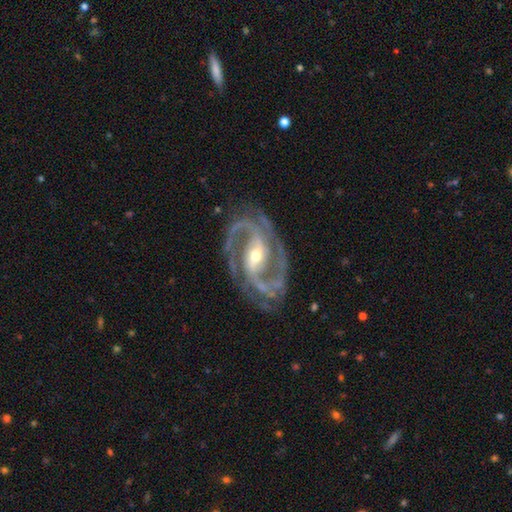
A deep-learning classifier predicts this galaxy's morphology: A featured or disk galaxy (93%) with a strong bar (46%), 2 (81%) medium (59%) spiral arms (98%) and a moderate central bulge (50%). Merging: none (75%).